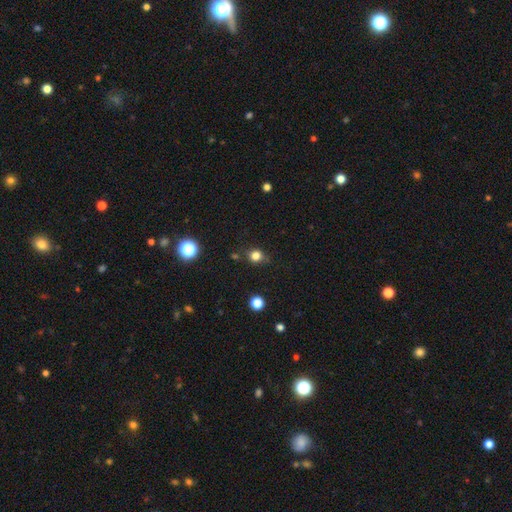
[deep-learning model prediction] smooth-or-featured: smooth: 80% | star or artifact: 15% | featured or disk: 5%
  how-rounded: round: 83% | in between: 16% | cigar-shaped: 1%
  merging: none: 79% | minor disturbance: 14% | major disturbance: 4% | merger: 4%